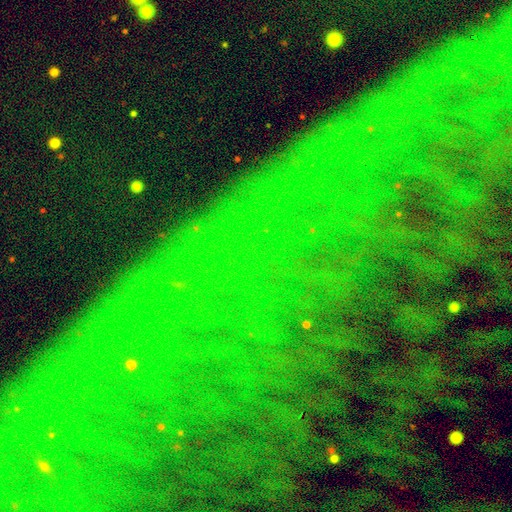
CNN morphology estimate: Smooth or featured: star or artifact — 84% (featured or disk — 9%)